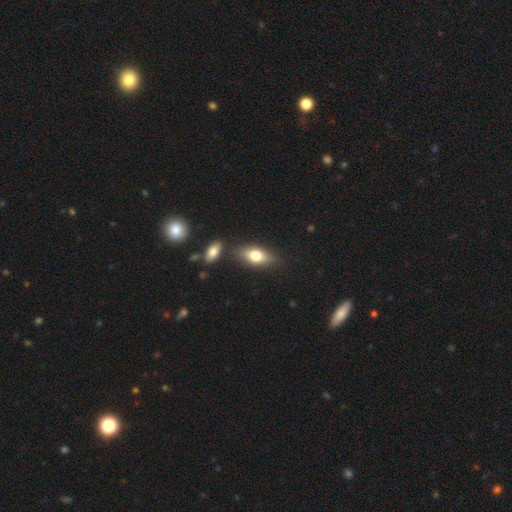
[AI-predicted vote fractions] smooth_or_featured: smooth (p=0.70) [alt: featured or disk p=0.22]
how_rounded: in between (p=0.81) [alt: cigar-shaped p=0.13]
merging: none (p=0.75) [alt: minor disturbance p=0.13]